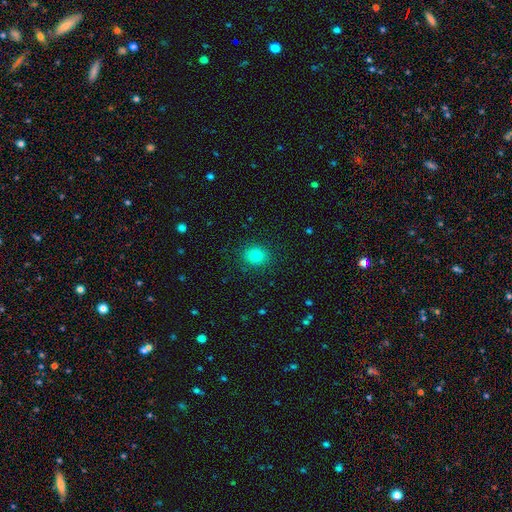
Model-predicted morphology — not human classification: Overall: smooth (83%). How rounded: round (62%; in between 37%). Merging: none (88%).